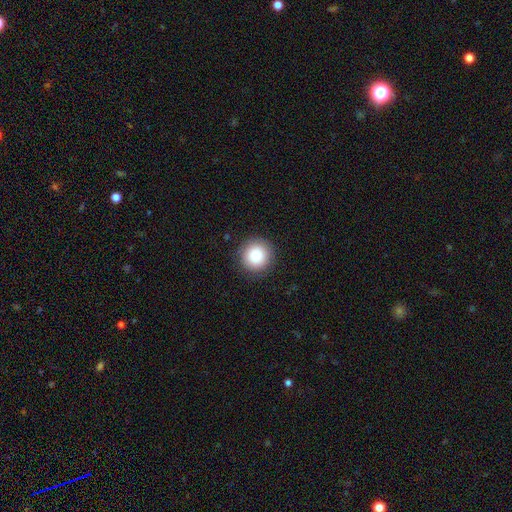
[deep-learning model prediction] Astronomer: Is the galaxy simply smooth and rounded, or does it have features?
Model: smooth — 83%.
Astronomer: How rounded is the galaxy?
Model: round — 95%.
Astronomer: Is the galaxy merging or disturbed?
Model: none — 90%.